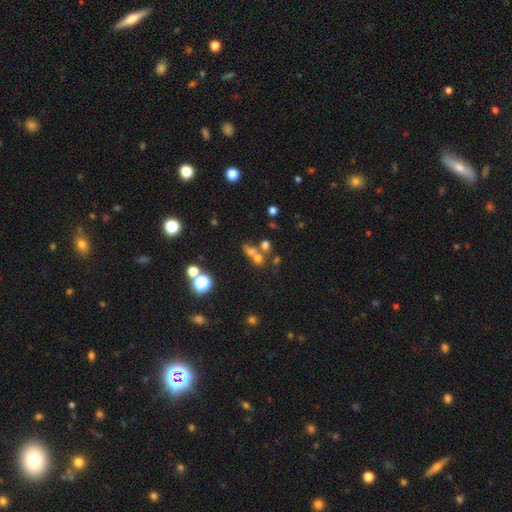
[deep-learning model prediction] Smooth or featured?
  - smooth: 57% *
  - star or artifact: 26%
  - featured or disk: 16%
How rounded?
  - round: 66% *
  - in between: 31%
  - cigar-shaped: 3%
Merging?
  - merger: 49% *
  - none: 37%
  - minor disturbance: 8%
  - major disturbance: 6%